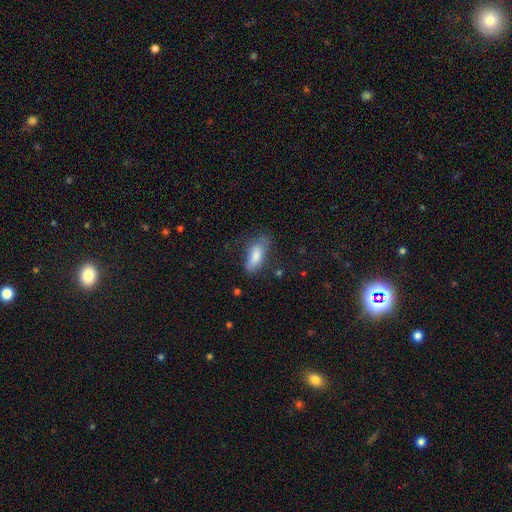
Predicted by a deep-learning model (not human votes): Q: Smooth or featured?
A: smooth (77%); runner-up: featured or disk (15%)
Q: How rounded?
A: in between (68%); runner-up: cigar-shaped (29%)
Q: Merging?
A: none (57%); runner-up: minor disturbance (29%)